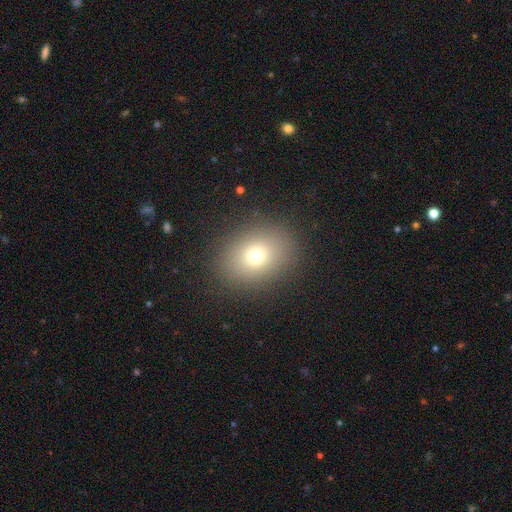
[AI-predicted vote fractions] This appears to be a smooth galaxy with no disk features (72%) that is in between round and cigar-shaped (52%). Merging: none (88%).